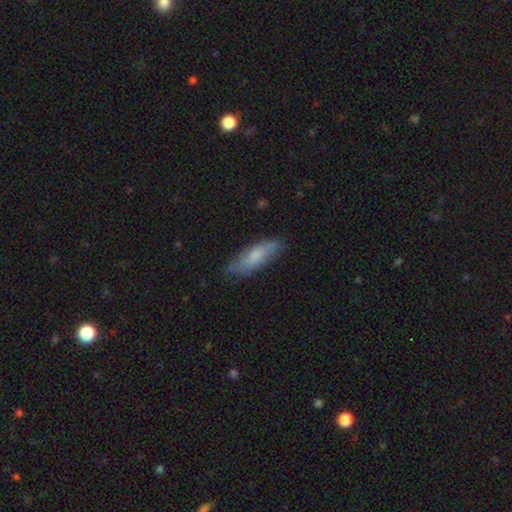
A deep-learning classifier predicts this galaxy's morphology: A smooth galaxy with no disk features (70%) that is cigar-shaped (55%).

Vote fractions:
- Smooth or featured? smooth: 70% / featured or disk: 24% / star or artifact: 6%
- How rounded? cigar-shaped: 55% / in between: 43% / round: 2%
- Merging? none: 79% / minor disturbance: 16% / major disturbance: 3% / merger: 1%